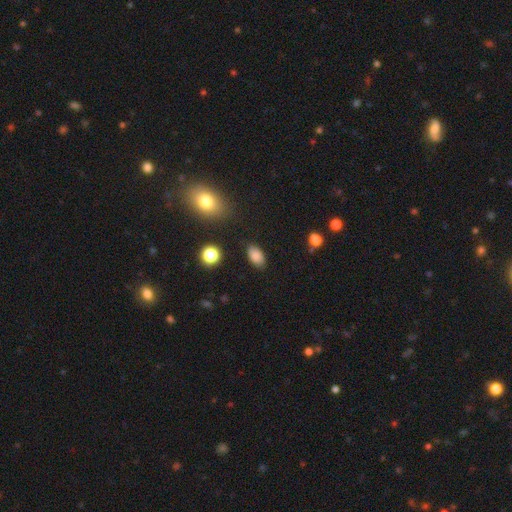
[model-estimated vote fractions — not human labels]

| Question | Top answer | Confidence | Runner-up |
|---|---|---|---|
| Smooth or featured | smooth | 83% | star or artifact (10%) |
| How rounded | in between | 91% | round (7%) |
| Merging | none | 85% | minor disturbance (10%) |